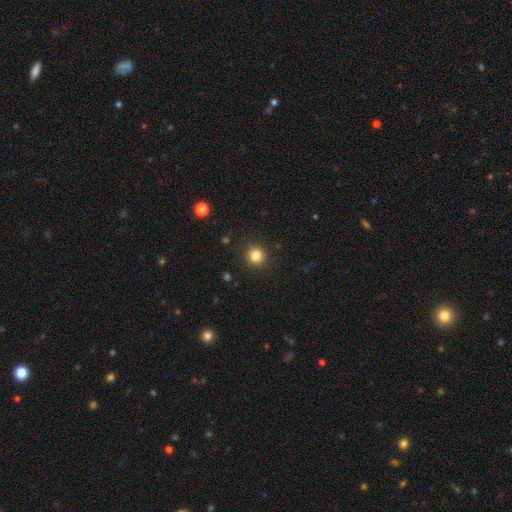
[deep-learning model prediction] Smooth or featured? smooth (83%)
How rounded? round (91%)
Merging? none (91%)